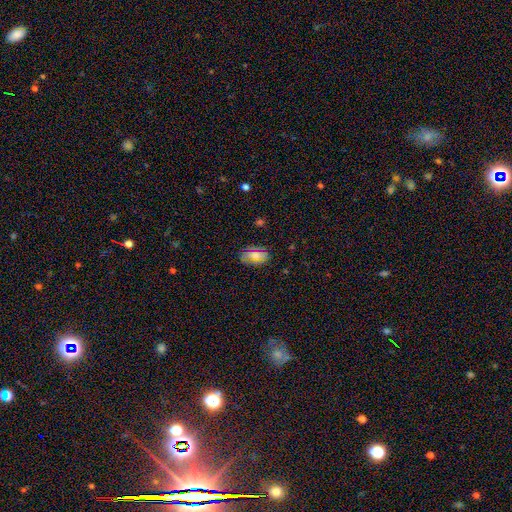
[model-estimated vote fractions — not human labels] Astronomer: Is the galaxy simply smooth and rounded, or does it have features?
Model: smooth — 69%.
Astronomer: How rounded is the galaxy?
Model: in between — 86%.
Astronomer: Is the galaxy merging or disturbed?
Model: none — 84%.